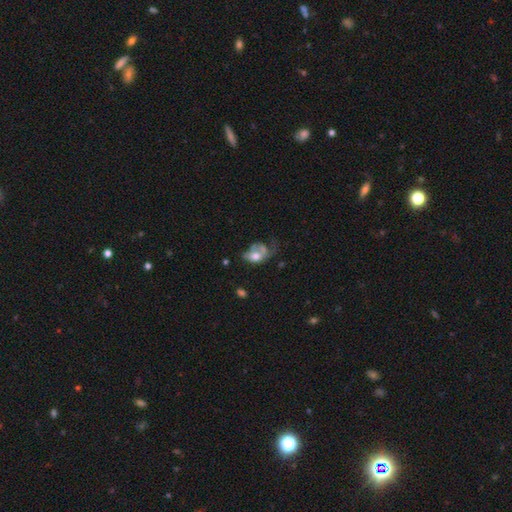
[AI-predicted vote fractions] Smooth or featured?
  - smooth: 49% *
  - featured or disk: 42%
  - star or artifact: 9%
Merging?
  - major disturbance: 48% *
  - minor disturbance: 19%
  - none: 18%
  - merger: 16%